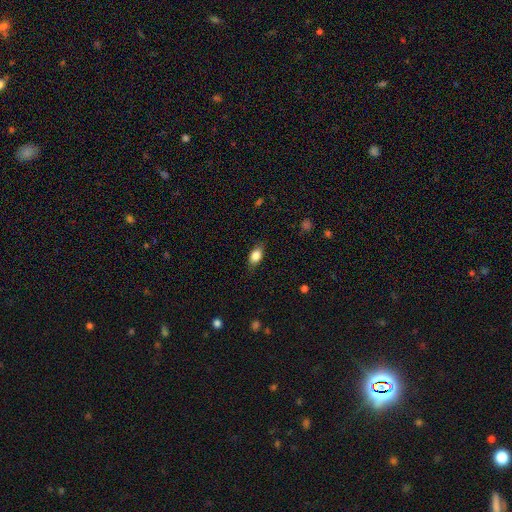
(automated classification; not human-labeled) Smooth or featured: smooth — 82% (featured or disk — 10%)
How rounded: in between — 83% (round — 12%)
Merging: none — 80% (minor disturbance — 15%)